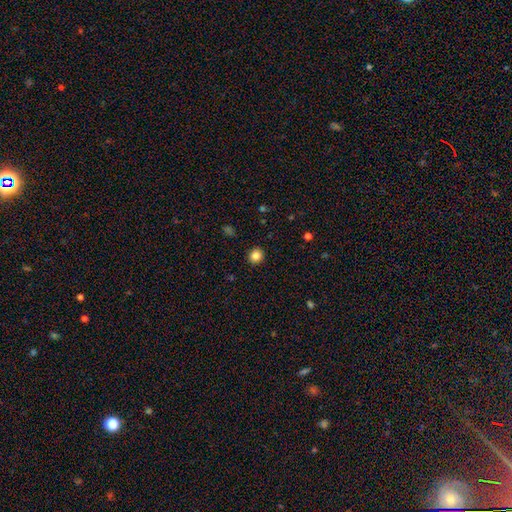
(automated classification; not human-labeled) Overall: smooth (84%). How rounded: round (87%). Merging: none (91%).